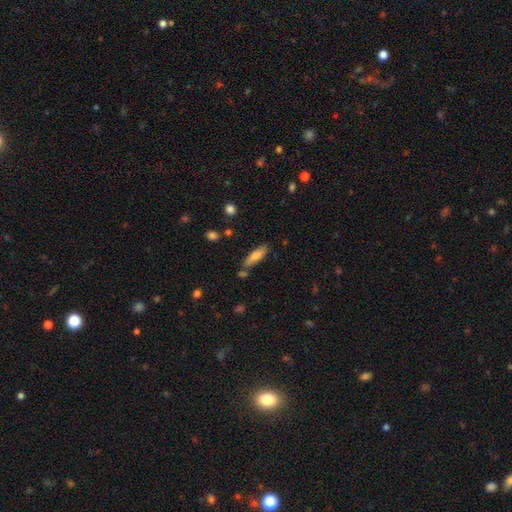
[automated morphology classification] Smooth or featured: smooth — 70% (featured or disk — 24%)
How rounded: cigar-shaped — 58% (in between — 40%)
Merging: none — 75% (minor disturbance — 14%)